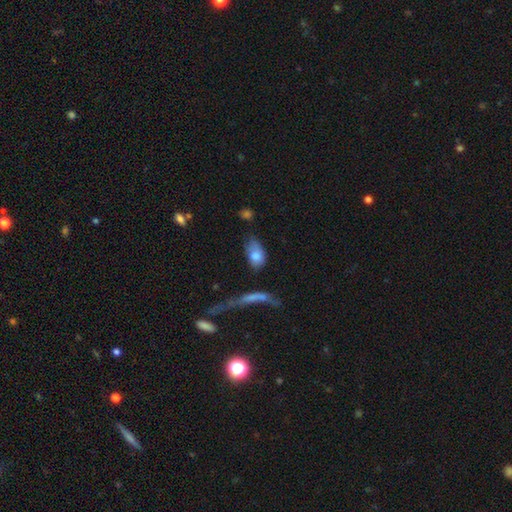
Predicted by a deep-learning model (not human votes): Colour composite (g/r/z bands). It shows a smooth galaxy with no disk features (75%) that is in between round and cigar-shaped (88%). Merging: none (37%).